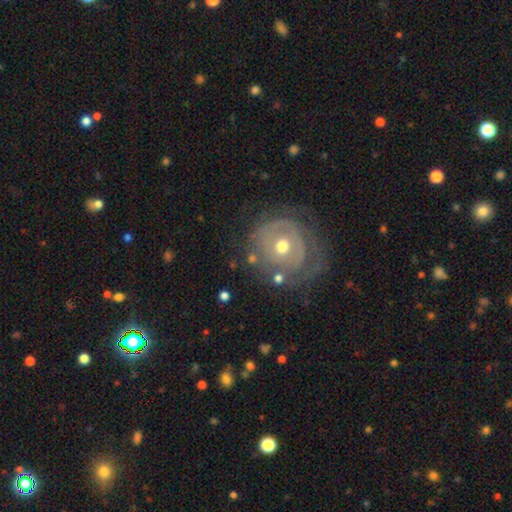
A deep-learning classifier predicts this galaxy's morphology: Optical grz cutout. It shows a featured or disk galaxy (70%) with no bar (80%), spiral arms (62%) and a moderate central bulge (71%). Merging: none (62%).